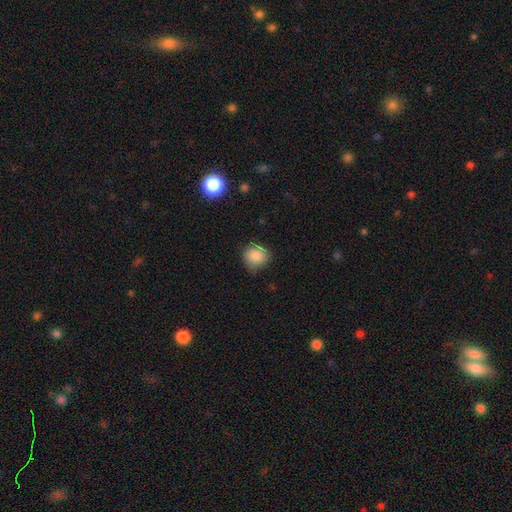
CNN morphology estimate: This is clearly a smooth galaxy (83%). How rounded: likely round (80%). Merging: likely none (68%).